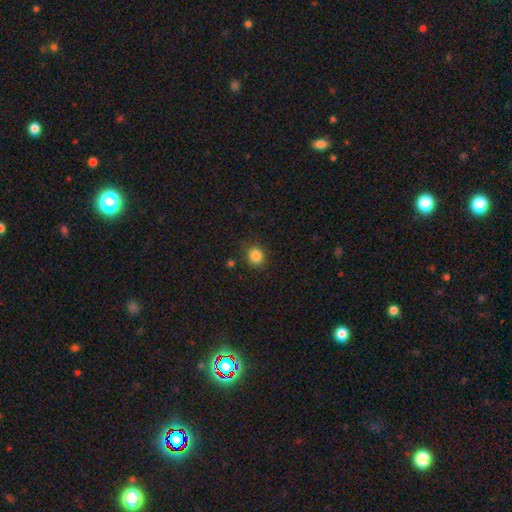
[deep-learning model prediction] Overall: smooth (85%). How rounded: round (80%). Merging: none (87%).